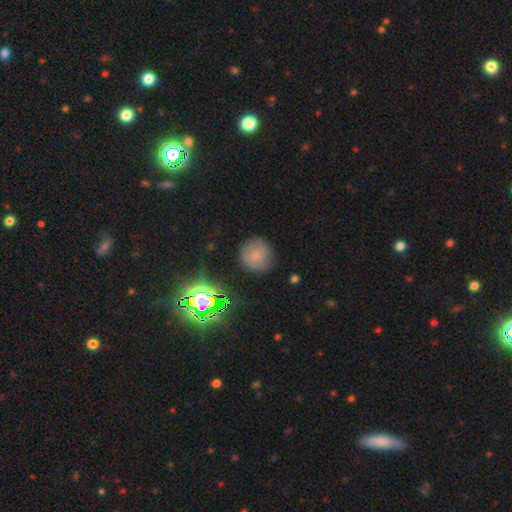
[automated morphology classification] A smooth galaxy with no disk features (63%) that is round (93%). Merging: none (81%).